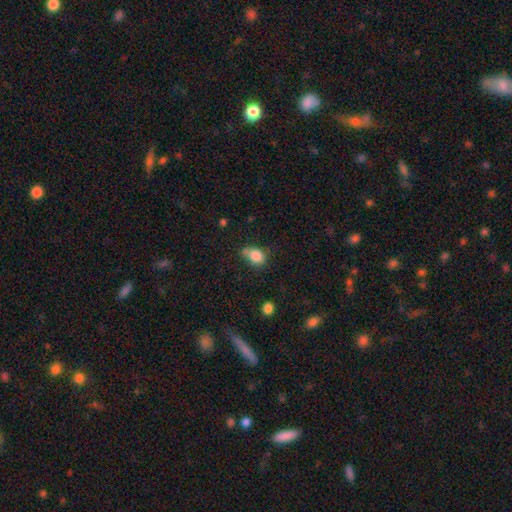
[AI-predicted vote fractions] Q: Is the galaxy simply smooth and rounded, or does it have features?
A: smooth — 82%.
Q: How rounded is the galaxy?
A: in between — 56%.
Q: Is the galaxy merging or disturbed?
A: none — 47%.